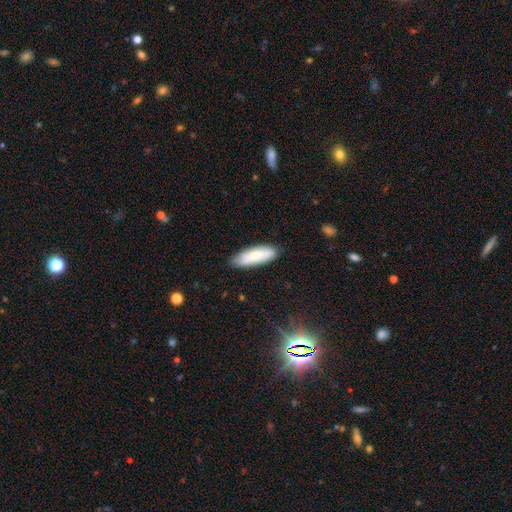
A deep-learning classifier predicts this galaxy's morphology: smooth 76%, featured or disk 18%, star or artifact 6%. Down the decision tree: how rounded — in between (59%); merging — none (83%).